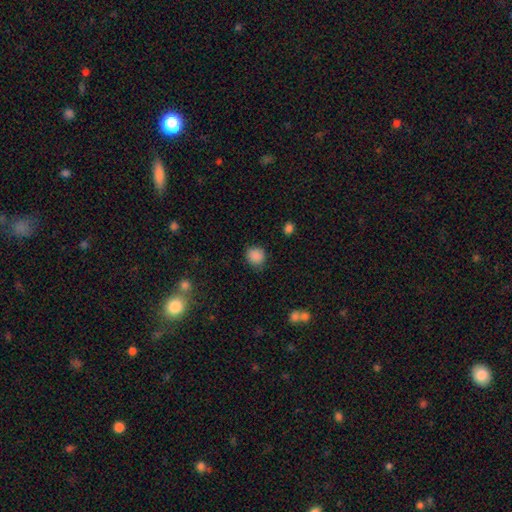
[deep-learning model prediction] Smooth or featured?
  - smooth: 86% *
  - star or artifact: 10%
  - featured or disk: 3%
How rounded?
  - round: 85% *
  - in between: 14%
  - cigar-shaped: 1%
Merging?
  - none: 82% *
  - minor disturbance: 14%
  - major disturbance: 3%
  - merger: 2%